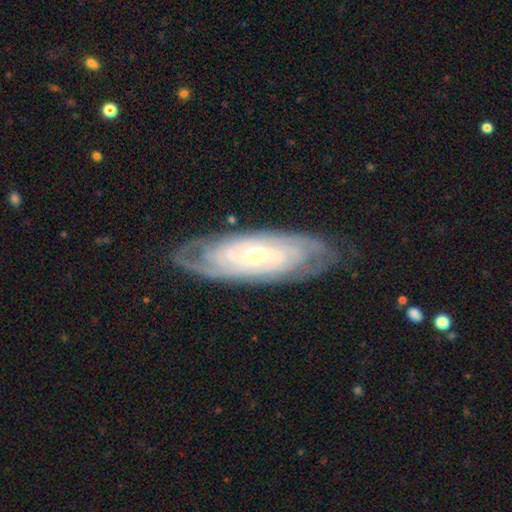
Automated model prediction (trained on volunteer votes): Smooth or featured? featured or disk (86%)
Edge-on disk? no (89%)
Bar? no (48%)
Spiral arms? yes (96%)
Spiral winding? tight (78%)
Spiral arm count? can't tell (39%)
Bulge size? small (63%)
Merging? none (80%)